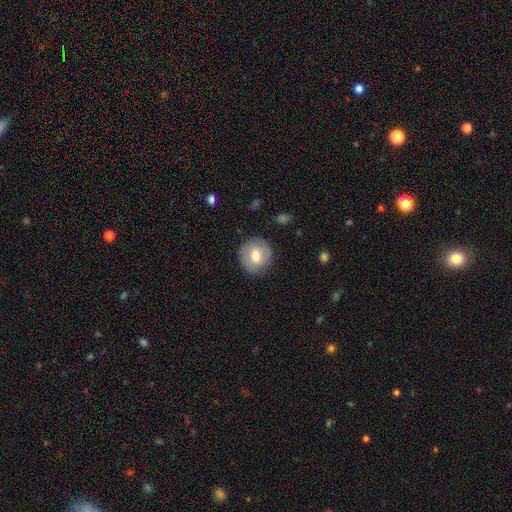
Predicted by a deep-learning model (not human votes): This appears to be a smooth galaxy with no disk features (66%) that is round (88%). Merging: none (86%).